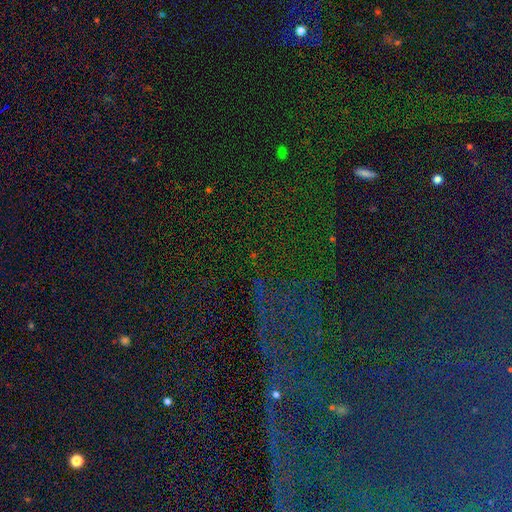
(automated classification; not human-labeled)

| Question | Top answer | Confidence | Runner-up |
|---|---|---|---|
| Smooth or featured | star or artifact | 84% | smooth (9%) |